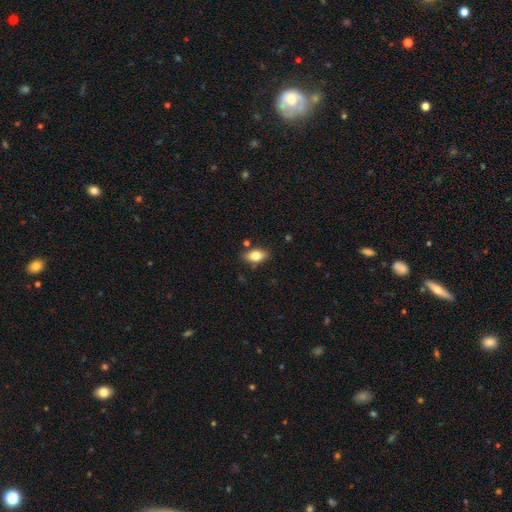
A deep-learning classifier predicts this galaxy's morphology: Smooth or featured?
  - smooth: 77% *
  - featured or disk: 15%
  - star or artifact: 8%
How rounded?
  - in between: 87% *
  - round: 7%
  - cigar-shaped: 6%
Merging?
  - none: 81% *
  - minor disturbance: 13%
  - merger: 3%
  - major disturbance: 3%